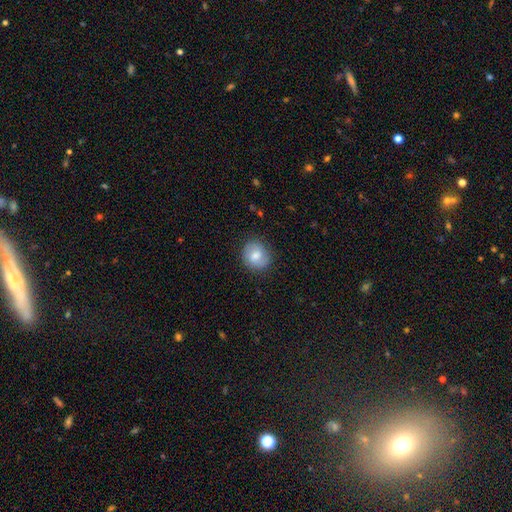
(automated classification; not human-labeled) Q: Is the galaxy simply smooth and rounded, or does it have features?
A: smooth — 65%.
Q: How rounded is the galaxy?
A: round — 78%.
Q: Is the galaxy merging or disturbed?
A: none — 82%.